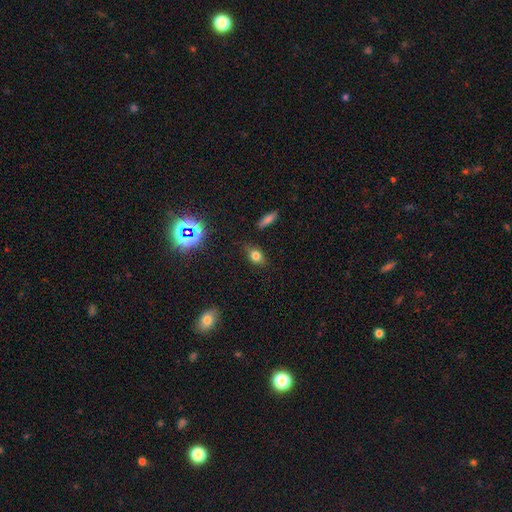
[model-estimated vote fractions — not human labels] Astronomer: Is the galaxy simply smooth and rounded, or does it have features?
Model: smooth — 73%.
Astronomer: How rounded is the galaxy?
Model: in between — 70%.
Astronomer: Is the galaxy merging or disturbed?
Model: none — 79%.